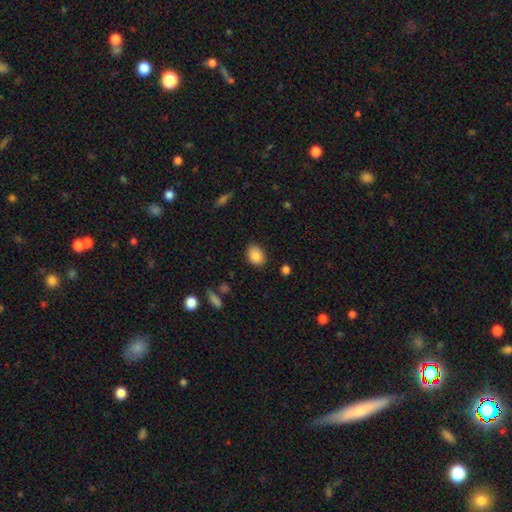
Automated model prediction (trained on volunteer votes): smooth-or-featured: smooth: 87% | star or artifact: 8% | featured or disk: 5%
  how-rounded: in between: 66% | round: 33% | cigar-shaped: 1%
  merging: none: 85% | minor disturbance: 11% | major disturbance: 3% | merger: 1%